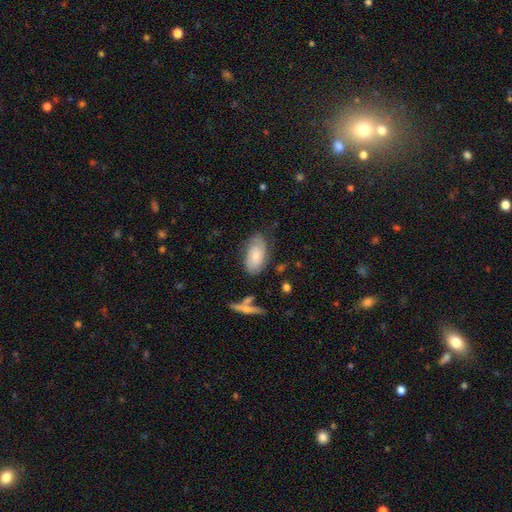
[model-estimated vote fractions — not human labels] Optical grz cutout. It shows a smooth galaxy with no disk features (50%) that is in between round and cigar-shaped (92%). Merging: none (67%).